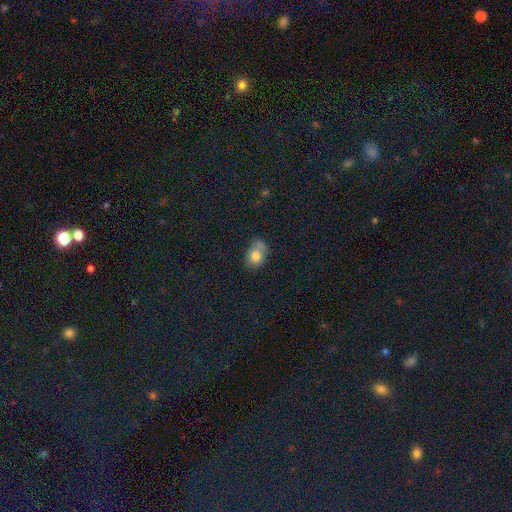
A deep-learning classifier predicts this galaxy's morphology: Smooth or featured? Predicted: smooth (p=0.77). How rounded? Predicted: in between (p=0.68). Merging? Predicted: none (p=0.51).